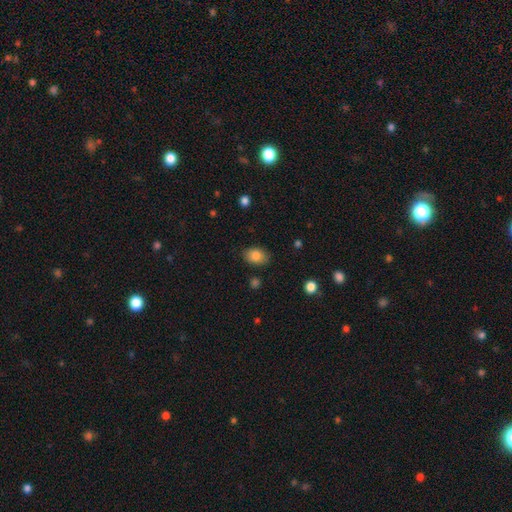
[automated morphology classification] A smooth galaxy with no disk features (85%) that is in between round and cigar-shaped (80%).

Vote fractions:
- Smooth or featured? smooth: 85% / star or artifact: 8% / featured or disk: 7%
- How rounded? in between: 80% / round: 19% / cigar-shaped: 1%
- Merging? none: 84% / minor disturbance: 12% / major disturbance: 3% / merger: 1%